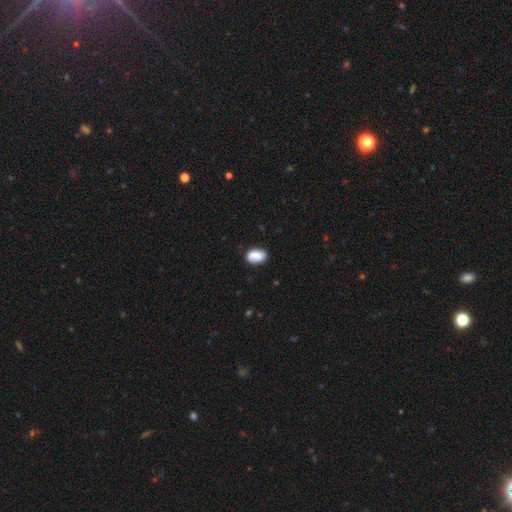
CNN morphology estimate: Q: Smooth or featured?
A: smooth (77%); runner-up: featured or disk (15%)
Q: How rounded?
A: in between (86%); runner-up: round (11%)
Q: Merging?
A: none (79%); runner-up: minor disturbance (15%)